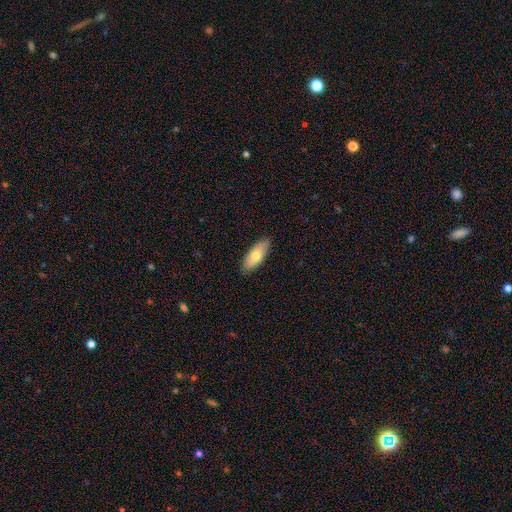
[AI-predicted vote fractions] A smooth galaxy with no disk features (71%) that is in between round and cigar-shaped (78%). Merging: none (87%).